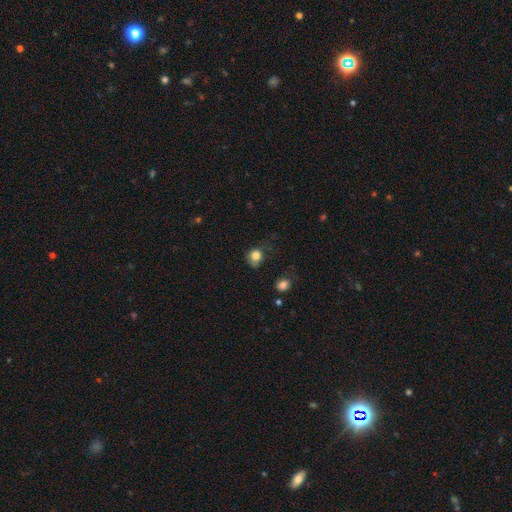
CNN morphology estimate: smooth-or-featured: smooth: 80% | star or artifact: 11% | featured or disk: 8%
  how-rounded: round: 73% | in between: 26% | cigar-shaped: 1%
  merging: none: 48% | minor disturbance: 30% | major disturbance: 19% | merger: 3%